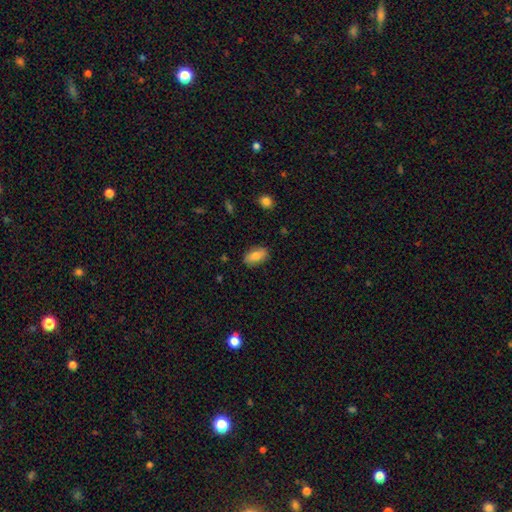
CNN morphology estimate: smooth_or_featured: smooth (p=0.79) [alt: featured or disk p=0.14]
how_rounded: in between (p=0.89) [alt: cigar-shaped p=0.07]
merging: none (p=0.86) [alt: minor disturbance p=0.10]